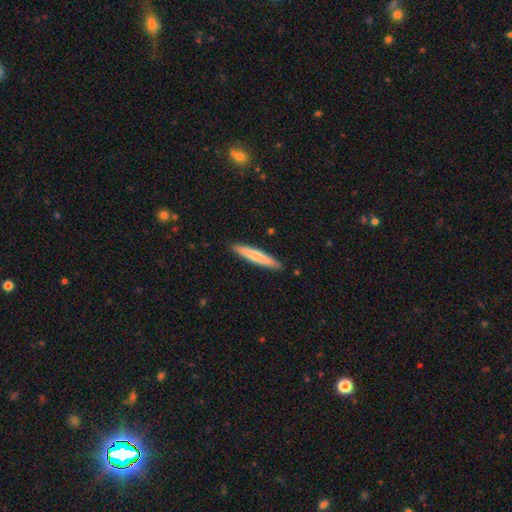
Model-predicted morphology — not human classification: Smooth or featured: smooth — 66% (featured or disk — 29%)
How rounded: cigar-shaped — 93% (in between — 5%)
Merging: none — 90% (minor disturbance — 7%)